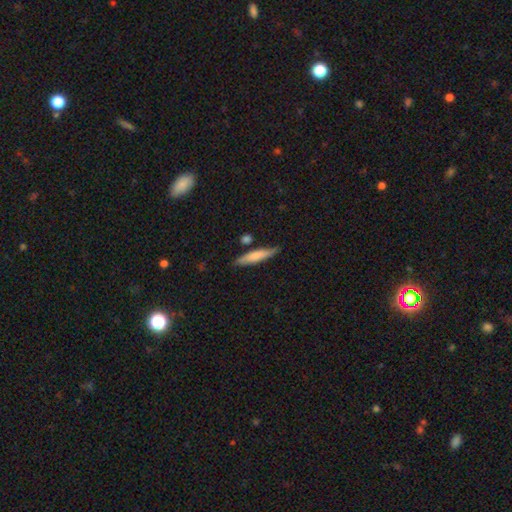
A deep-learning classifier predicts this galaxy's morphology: A smooth galaxy with no disk features (72%) that is cigar-shaped (85%). Merging: none (78%).